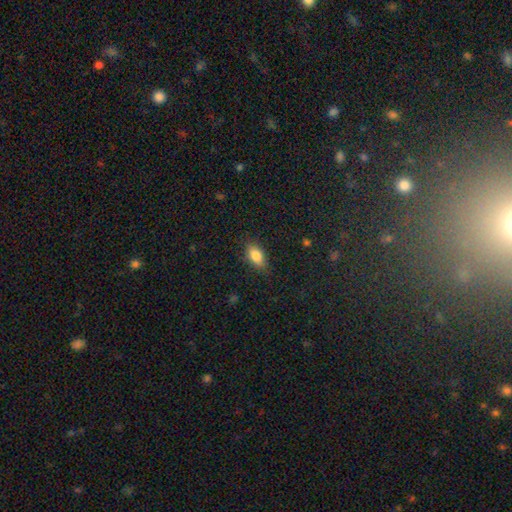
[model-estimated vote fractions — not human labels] Smooth or featured? smooth (83%)
How rounded? in between (87%)
Merging? none (83%)